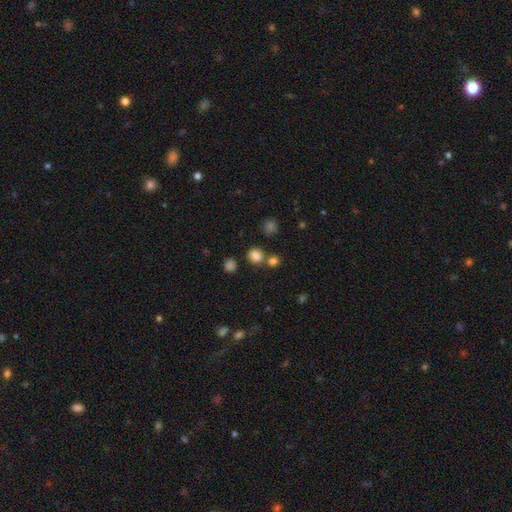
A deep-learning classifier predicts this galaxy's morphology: The model was most divided on "merging": none: 67%, merger: 20%, minor disturbance: 9%, major disturbance: 4%. More confident: smooth or featured — smooth (79%); how rounded — round (73%).